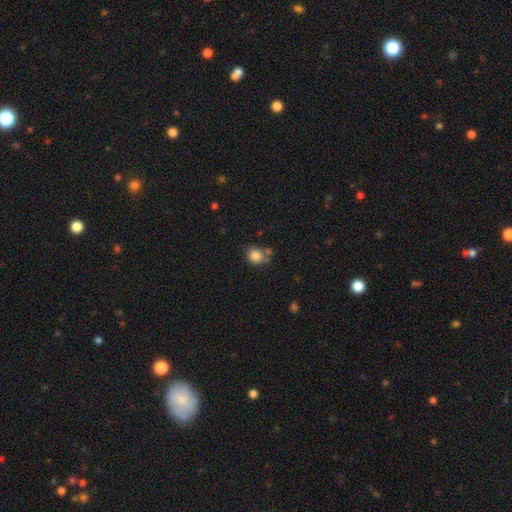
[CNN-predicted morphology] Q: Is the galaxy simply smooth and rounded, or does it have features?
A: smooth — 84%.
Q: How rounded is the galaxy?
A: round — 76%.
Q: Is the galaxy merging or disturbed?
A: none — 60%.